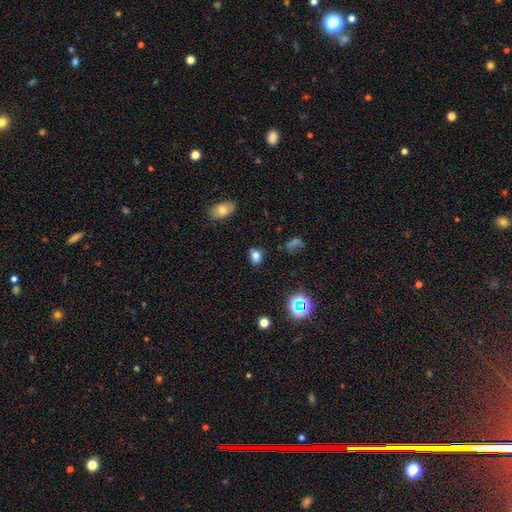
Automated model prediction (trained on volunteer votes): Smooth or featured: smooth — 79% (star or artifact — 15%)
How rounded: in between — 73% (round — 25%)
Merging: none — 79% (minor disturbance — 14%)